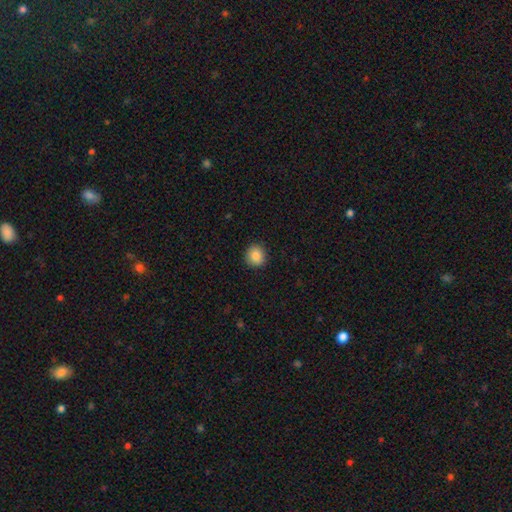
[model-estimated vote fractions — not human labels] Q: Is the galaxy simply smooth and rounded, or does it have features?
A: smooth — 86%.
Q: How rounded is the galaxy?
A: round — 87%.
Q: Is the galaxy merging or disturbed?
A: none — 91%.